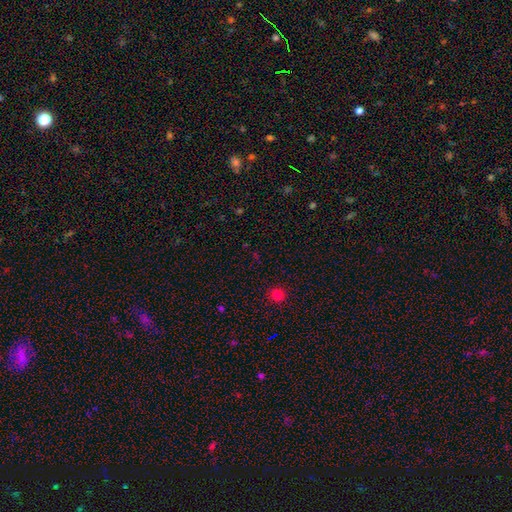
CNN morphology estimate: A star or artifact, not a galaxy (55%).

Vote fractions:
- Smooth or featured? star or artifact: 55% / smooth: 38% / featured or disk: 7%